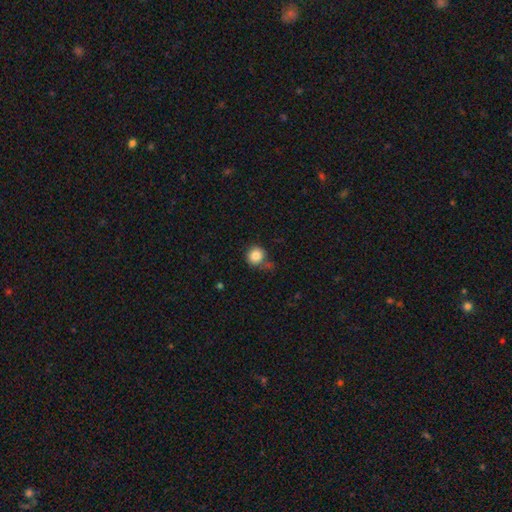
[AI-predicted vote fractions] This is clearly a smooth galaxy (85%). How rounded: clearly round (90%). Merging: likely none (65%).